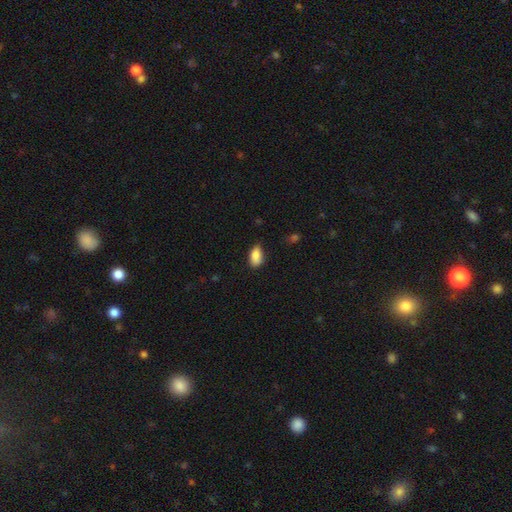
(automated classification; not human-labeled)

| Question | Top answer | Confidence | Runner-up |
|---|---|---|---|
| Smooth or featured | smooth | 87% | star or artifact (7%) |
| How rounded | in between | 92% | round (4%) |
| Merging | none | 73% | minor disturbance (22%) |